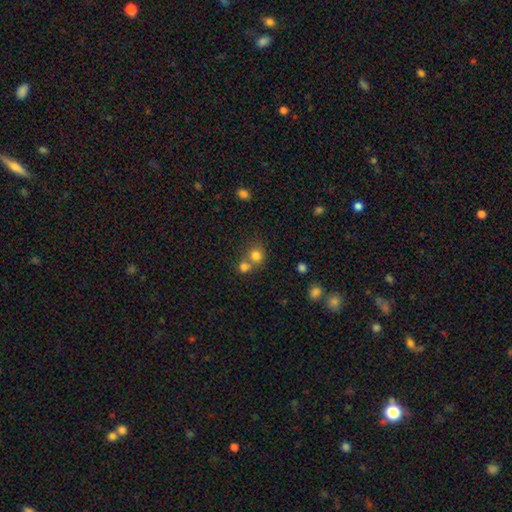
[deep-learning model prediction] This is likely a smooth galaxy (79%). How rounded: clearly round (85%). Merging: possibly none (47%).